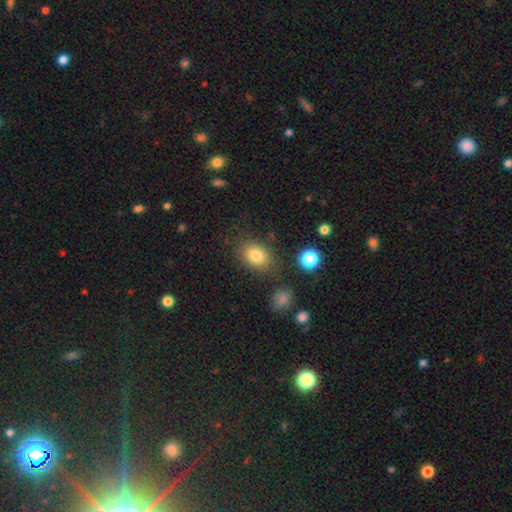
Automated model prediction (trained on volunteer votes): Smooth or featured: smooth — 81% (star or artifact — 10%)
How rounded: in between — 71% (round — 28%)
Merging: none — 75% (minor disturbance — 14%)